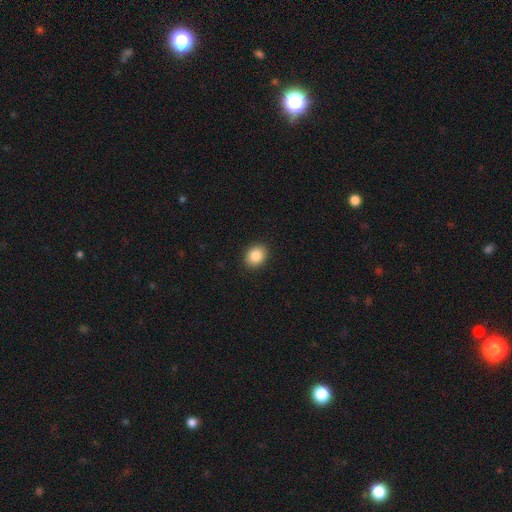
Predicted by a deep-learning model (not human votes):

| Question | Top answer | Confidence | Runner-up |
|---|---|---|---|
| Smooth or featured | smooth | 87% | star or artifact (9%) |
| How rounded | in between | 51% | round (48%) |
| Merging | none | 91% | minor disturbance (6%) |